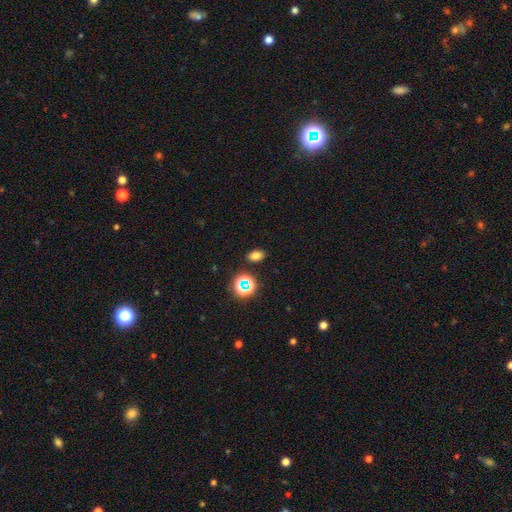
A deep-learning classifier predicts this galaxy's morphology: This appears to be a smooth galaxy with no disk features (74%) that is in between round and cigar-shaped (81%). Merging: none (86%).